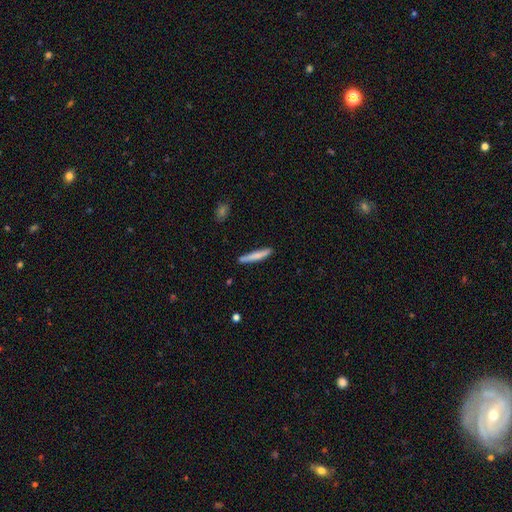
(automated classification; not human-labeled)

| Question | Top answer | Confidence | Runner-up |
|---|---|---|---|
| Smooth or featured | smooth | 73% | featured or disk (22%) |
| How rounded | cigar-shaped | 94% | in between (5%) |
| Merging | none | 84% | minor disturbance (12%) |